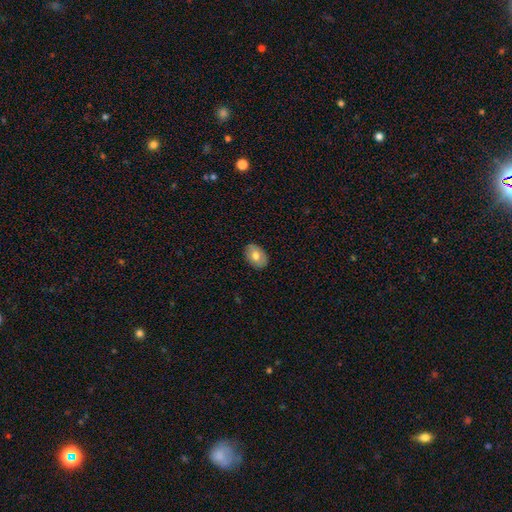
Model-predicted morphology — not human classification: Smooth or featured?
  - smooth: 71% *
  - featured or disk: 22%
  - star or artifact: 7%
How rounded?
  - in between: 81% *
  - round: 18%
  - cigar-shaped: 1%
Merging?
  - none: 87% *
  - minor disturbance: 10%
  - major disturbance: 2%
  - merger: 1%